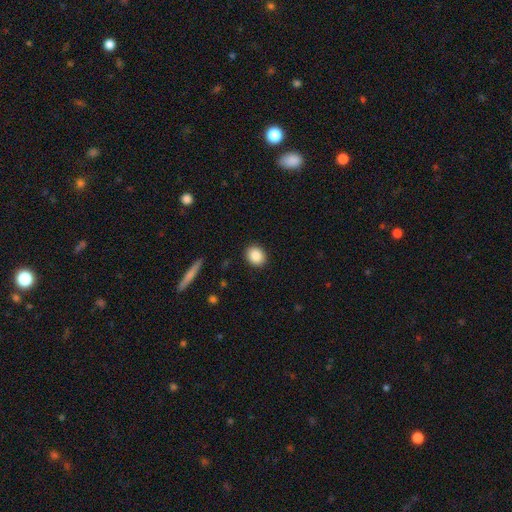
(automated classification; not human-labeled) smooth-or-featured: smooth: 88% | star or artifact: 8% | featured or disk: 4%
  how-rounded: round: 61% | in between: 37% | cigar-shaped: 1%
  merging: none: 90% | minor disturbance: 7% | major disturbance: 2% | merger: 1%